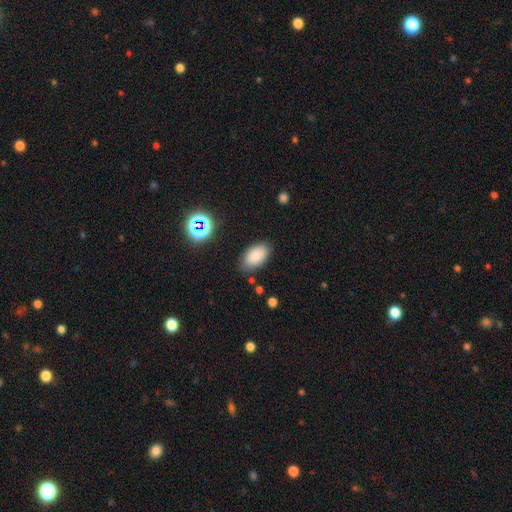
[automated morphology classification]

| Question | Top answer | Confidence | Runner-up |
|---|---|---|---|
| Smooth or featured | smooth | 83% | star or artifact (9%) |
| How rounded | in between | 93% | round (5%) |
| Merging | none | 81% | minor disturbance (14%) |